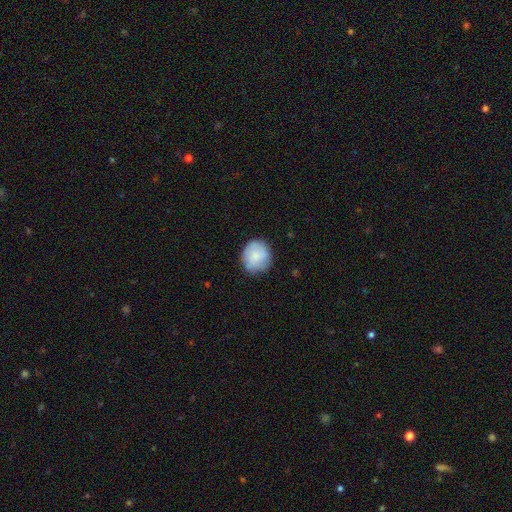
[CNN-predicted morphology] smooth-or-featured: smooth: 77% | featured or disk: 16% | star or artifact: 7%
  how-rounded: round: 83% | in between: 16% | cigar-shaped: 1%
  merging: none: 77% | minor disturbance: 17% | major disturbance: 4% | merger: 1%